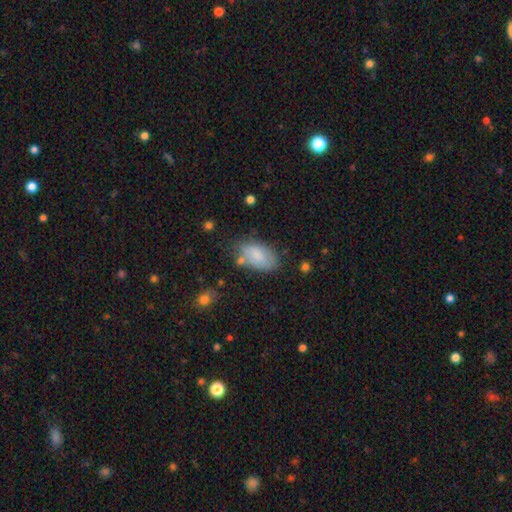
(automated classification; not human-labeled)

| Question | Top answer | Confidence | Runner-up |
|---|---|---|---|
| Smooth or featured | smooth | 78% | featured or disk (15%) |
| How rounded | in between | 94% | round (5%) |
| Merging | none | 64% | minor disturbance (23%) |